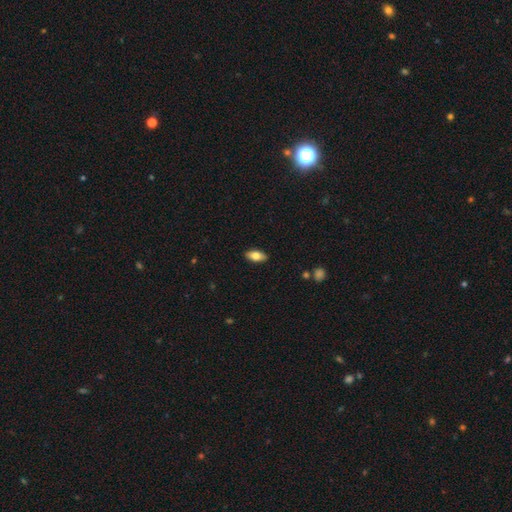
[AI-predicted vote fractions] This appears to be a smooth galaxy with no disk features (76%) that is in between round and cigar-shaped (88%). Merging: none (89%).